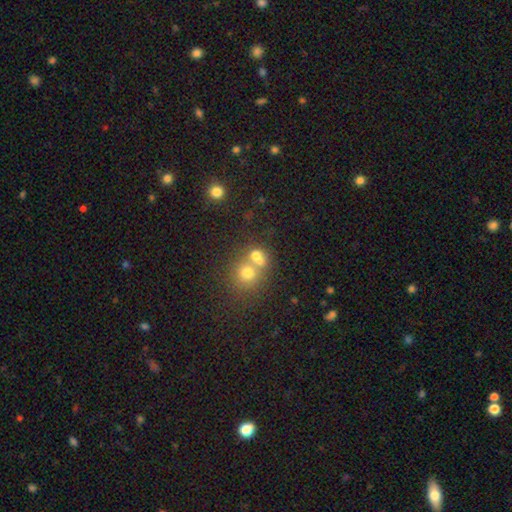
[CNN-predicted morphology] smooth 65%, featured or disk 19%, star or artifact 17%. Down the decision tree: how rounded — round (75%); merging — merger (58%).